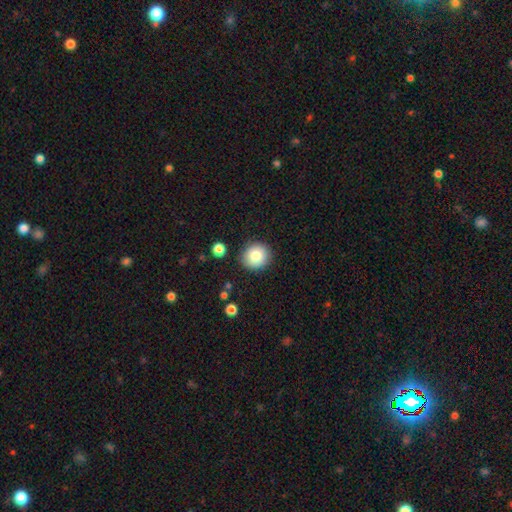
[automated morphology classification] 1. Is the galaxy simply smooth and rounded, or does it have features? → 81% smooth, 10% featured or disk, 9% star or artifact.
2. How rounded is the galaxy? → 88% round, 11% in between, 1% cigar-shaped.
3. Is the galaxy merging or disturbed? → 88% none, 8% minor disturbance, 2% major disturbance, 2% merger.